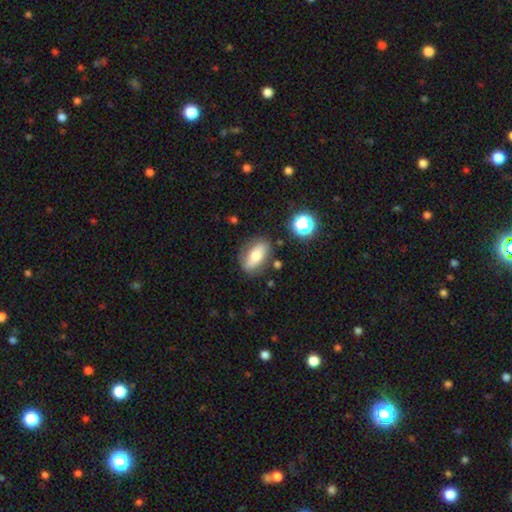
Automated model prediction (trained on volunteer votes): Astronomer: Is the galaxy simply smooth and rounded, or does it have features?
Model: smooth — 58%.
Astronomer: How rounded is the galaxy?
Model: in between — 81%.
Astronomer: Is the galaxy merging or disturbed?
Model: none — 75%.